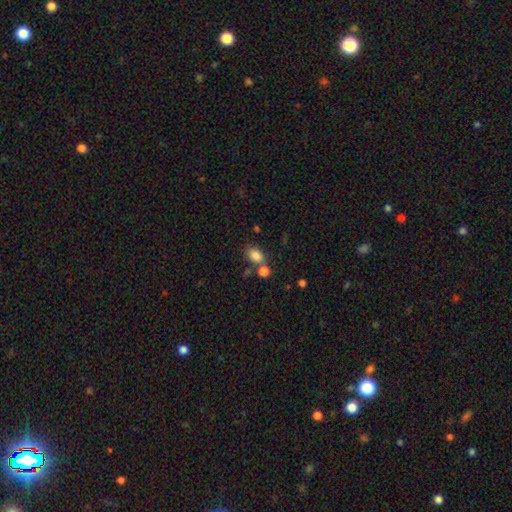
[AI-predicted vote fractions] Smooth or featured?
  - smooth: 84% *
  - star or artifact: 10%
  - featured or disk: 6%
How rounded?
  - in between: 78% *
  - round: 21%
  - cigar-shaped: 1%
Merging?
  - none: 59% *
  - merger: 24%
  - minor disturbance: 13%
  - major disturbance: 5%